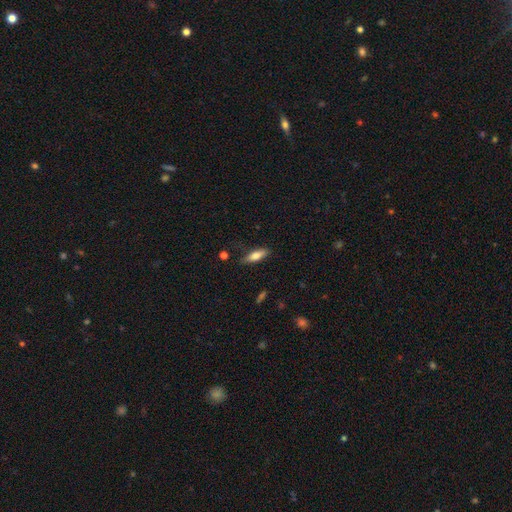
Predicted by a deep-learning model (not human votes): Overall: smooth (72%). How rounded: cigar-shaped (49%, tied with in between). Merging: none (77%).